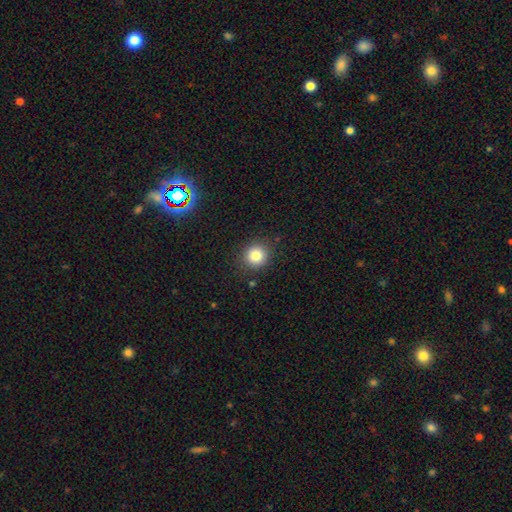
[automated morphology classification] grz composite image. It shows a smooth galaxy with no disk features (83%) that is round (88%). Merging: none (88%).